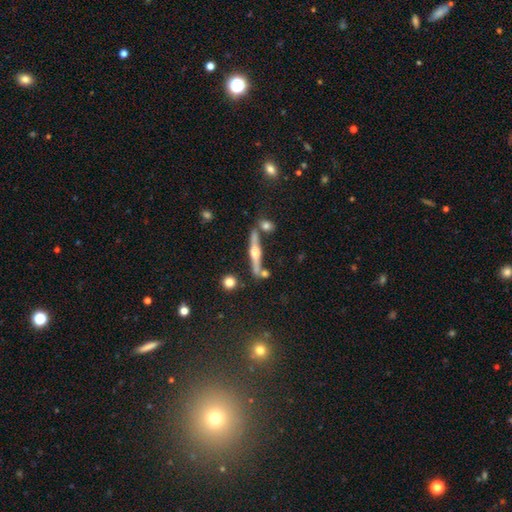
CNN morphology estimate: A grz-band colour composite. It shows a featured or disk galaxy (78%) viewed edge-on (96%) with a rounded central bulge (95%). Merging: none (77%).